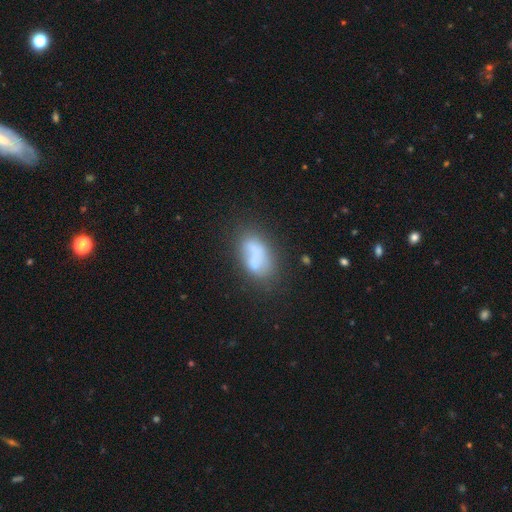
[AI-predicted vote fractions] This is possibly a smooth galaxy (58%). How rounded: clearly in between (88%). Merging: marginally none (41%).